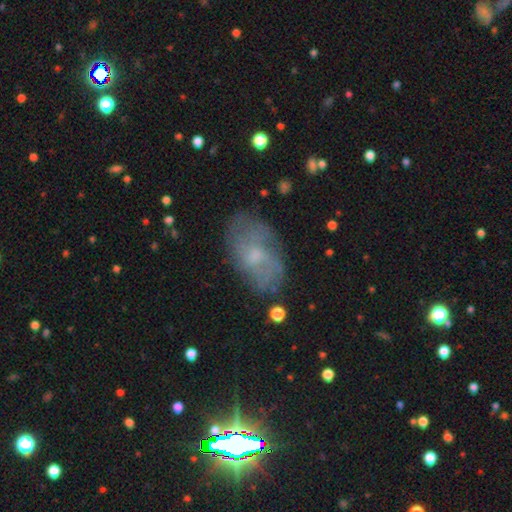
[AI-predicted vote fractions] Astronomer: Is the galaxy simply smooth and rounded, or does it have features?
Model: featured or disk — 50% (runner-up: smooth, 38%).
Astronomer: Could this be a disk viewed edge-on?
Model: no — 94%.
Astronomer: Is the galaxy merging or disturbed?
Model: none — 71%.